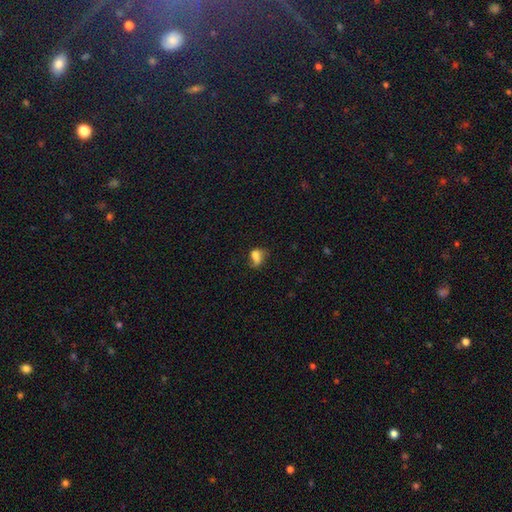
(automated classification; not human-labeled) This is likely a smooth galaxy (68%). How rounded: likely in between (73%). Merging: marginally none (36%).